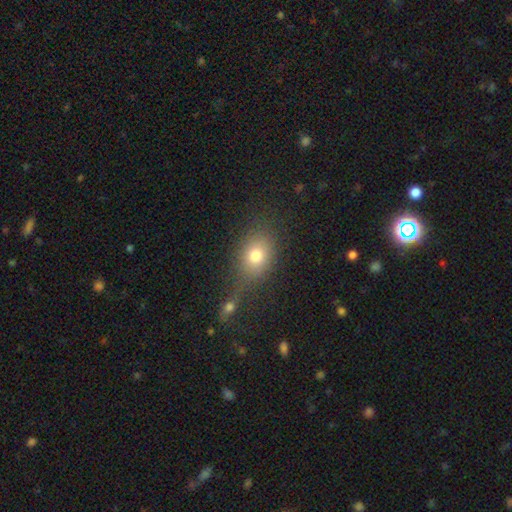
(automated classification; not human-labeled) Smooth or featured?
  - smooth: 75% *
  - star or artifact: 13%
  - featured or disk: 12%
How rounded?
  - in between: 56% *
  - round: 42%
  - cigar-shaped: 2%
Merging?
  - none: 52% *
  - merger: 27%
  - minor disturbance: 12%
  - major disturbance: 9%